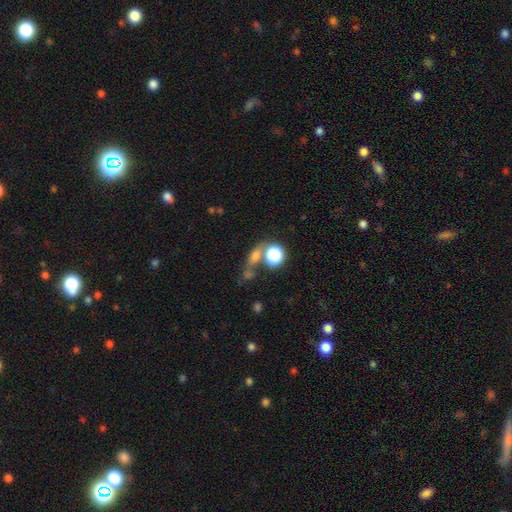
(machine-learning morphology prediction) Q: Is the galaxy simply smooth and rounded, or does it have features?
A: smooth — 64%.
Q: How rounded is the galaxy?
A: round — 45%.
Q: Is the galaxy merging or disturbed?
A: none — 50%.